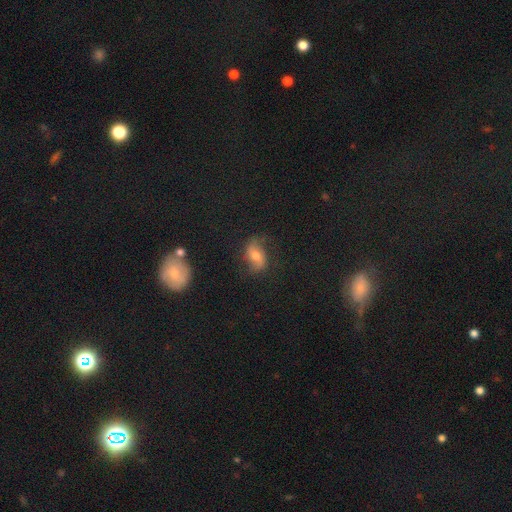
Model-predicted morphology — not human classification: This appears to be a featured or disk galaxy (51%). Merging: none (69%).